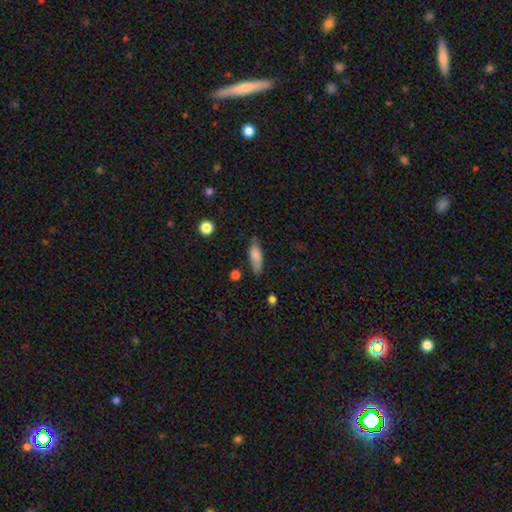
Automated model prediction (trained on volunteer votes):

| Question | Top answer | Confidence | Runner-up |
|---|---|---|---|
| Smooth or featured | smooth | 79% | featured or disk (14%) |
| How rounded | in between | 60% | cigar-shaped (37%) |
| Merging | none | 70% | minor disturbance (22%) |